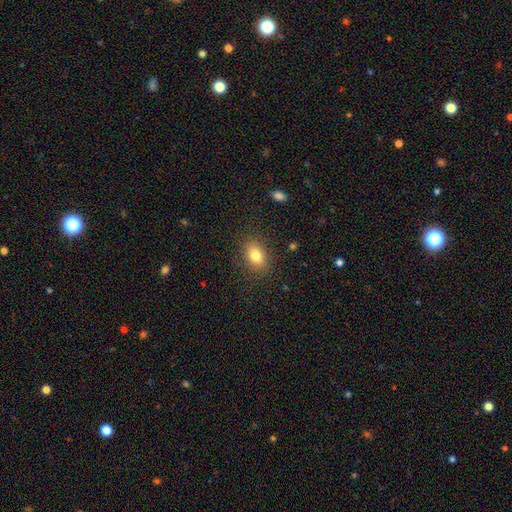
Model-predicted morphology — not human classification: This is clearly a smooth galaxy (81%). How rounded: likely in between (75%). Merging: clearly none (85%).